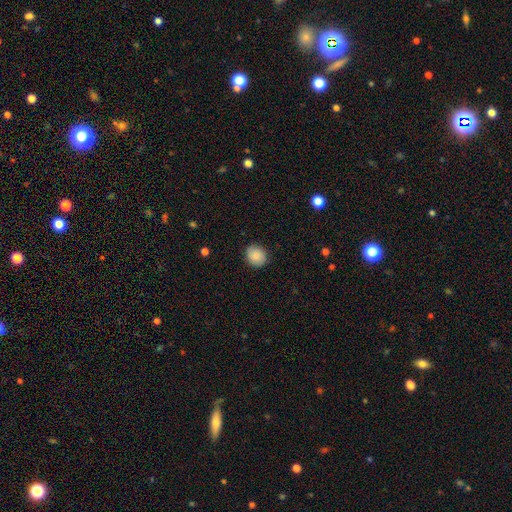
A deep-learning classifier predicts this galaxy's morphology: The model was most divided on "how rounded": round: 81%, in between: 18%, cigar-shaped: 1%. More confident: merging — none (88%); smooth or featured — smooth (87%).